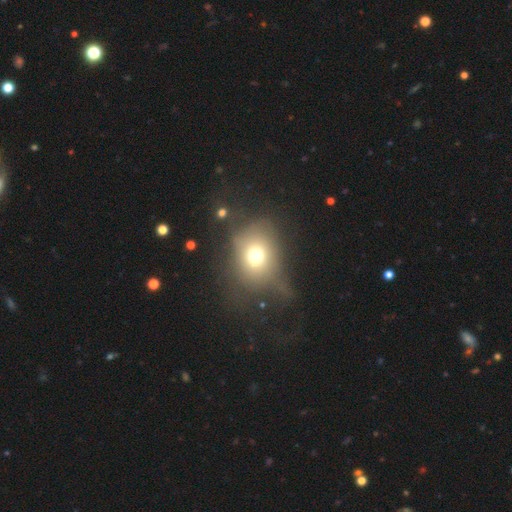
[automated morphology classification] smooth-or-featured: smooth: 67% | featured or disk: 18% | star or artifact: 16%
  how-rounded: round: 62% | in between: 37% | cigar-shaped: 1%
  merging: none: 45% | major disturbance: 29% | minor disturbance: 23% | merger: 4%